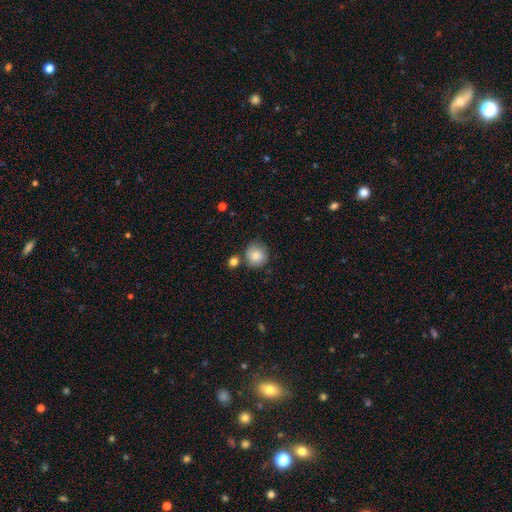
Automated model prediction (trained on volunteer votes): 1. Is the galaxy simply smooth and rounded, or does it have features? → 84% smooth, 8% star or artifact, 8% featured or disk.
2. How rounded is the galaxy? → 90% round, 9% in between, 1% cigar-shaped.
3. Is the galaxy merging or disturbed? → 73% none, 13% minor disturbance, 11% merger, 3% major disturbance.